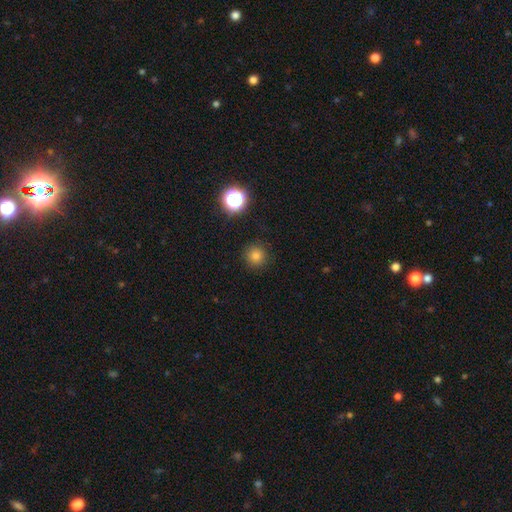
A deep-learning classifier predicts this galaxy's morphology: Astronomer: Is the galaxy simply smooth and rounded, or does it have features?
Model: smooth — 78%.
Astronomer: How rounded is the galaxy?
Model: round — 95%.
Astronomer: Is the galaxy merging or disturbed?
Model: none — 90%.